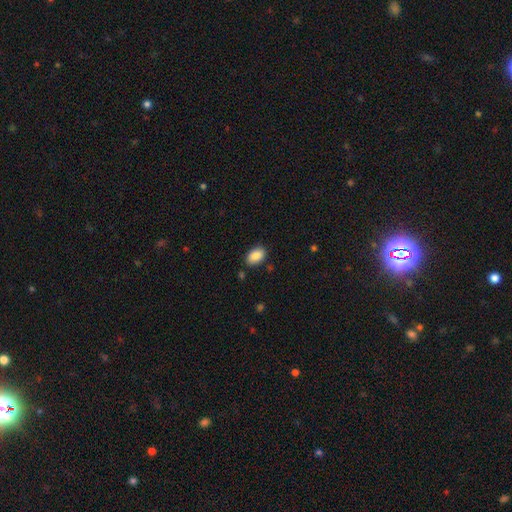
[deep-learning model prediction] Smooth or featured? Predicted: smooth (p=0.89). How rounded? Predicted: in between (p=0.91). Merging? Predicted: none (p=0.84).